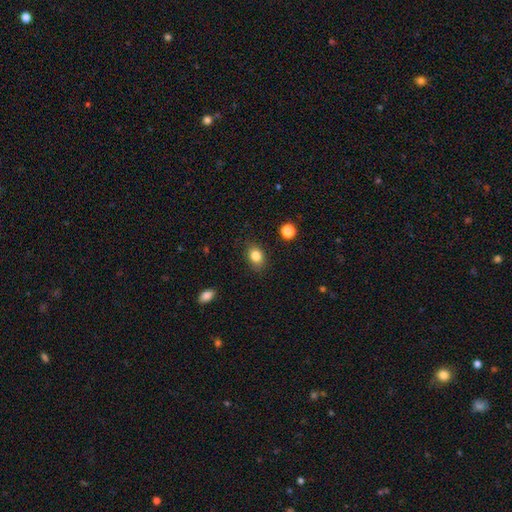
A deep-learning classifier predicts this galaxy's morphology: Q: Smooth or featured?
A: smooth (84%); runner-up: star or artifact (10%)
Q: How rounded?
A: in between (68%); runner-up: round (31%)
Q: Merging?
A: none (84%); runner-up: minor disturbance (12%)